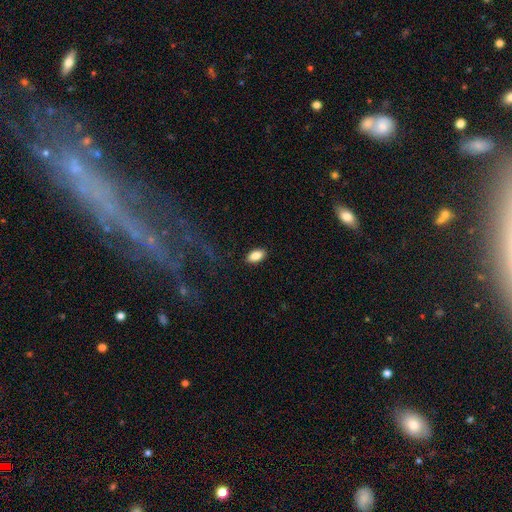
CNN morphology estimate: A smooth galaxy with no disk features (86%) that is in between round and cigar-shaped (93%). Merging: none (89%).